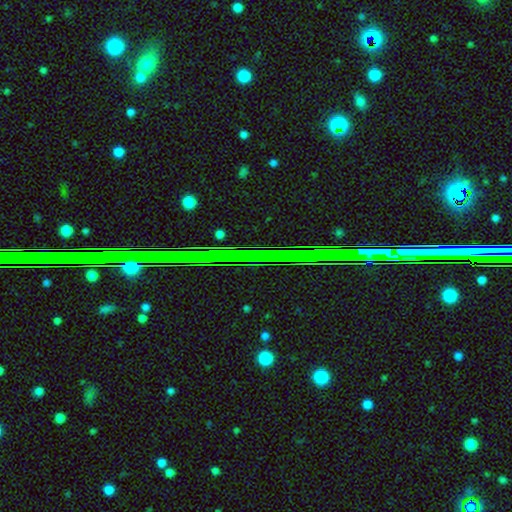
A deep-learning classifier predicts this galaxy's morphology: Q: Smooth or featured?
A: star or artifact (71%); runner-up: featured or disk (18%)